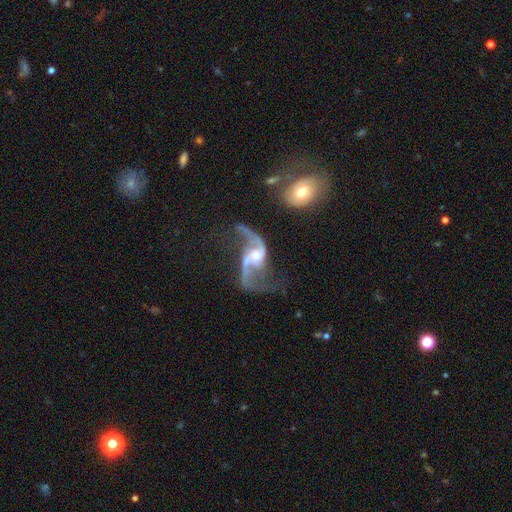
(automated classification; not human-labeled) Morphology: type=featured or disk (91%); edge-on=no (97%); bar=no (47%); spiral arms=yes (96%); winding=loose (79%); arm count=2 (92%); bulge=moderate (57%); merging=none (48%).